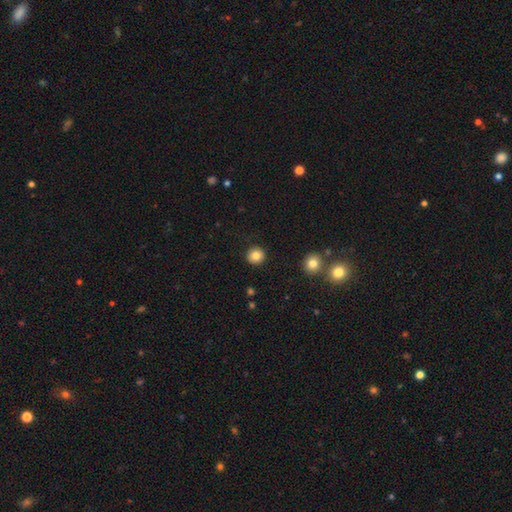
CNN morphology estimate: Q: Smooth or featured?
A: smooth (84%); runner-up: star or artifact (10%)
Q: How rounded?
A: round (94%); runner-up: in between (5%)
Q: Merging?
A: none (92%); runner-up: minor disturbance (5%)